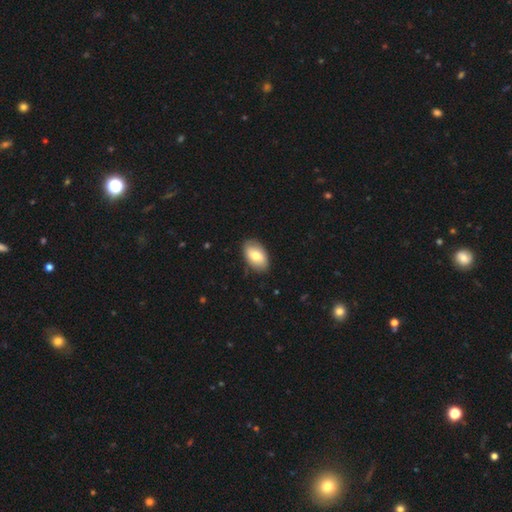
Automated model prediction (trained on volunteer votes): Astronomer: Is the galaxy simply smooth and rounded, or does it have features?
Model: smooth — 74%.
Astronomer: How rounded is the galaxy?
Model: in between — 93%.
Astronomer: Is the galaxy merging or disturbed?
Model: none — 85%.